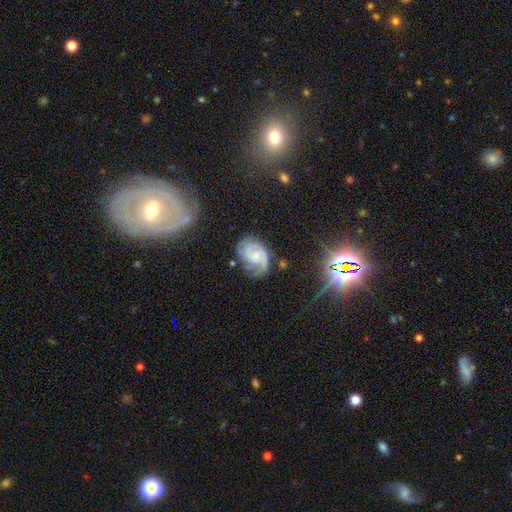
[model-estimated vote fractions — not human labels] smooth_or_featured: featured or disk (p=0.81) [alt: smooth p=0.11]
disk_edge_on: no (p=0.98) [alt: yes p=0.02]
bar: no (p=0.56) [alt: weak p=0.36]
has_spiral_arms: yes (p=0.96) [alt: no p=0.04]
spiral_winding: medium (p=0.48) [alt: tight p=0.37]
spiral_arm_count: 2 (p=0.55) [alt: 3 p=0.19]
bulge_size: small (p=0.41) [alt: none p=0.32]
merging: none (p=0.62) [alt: minor disturbance p=0.22]